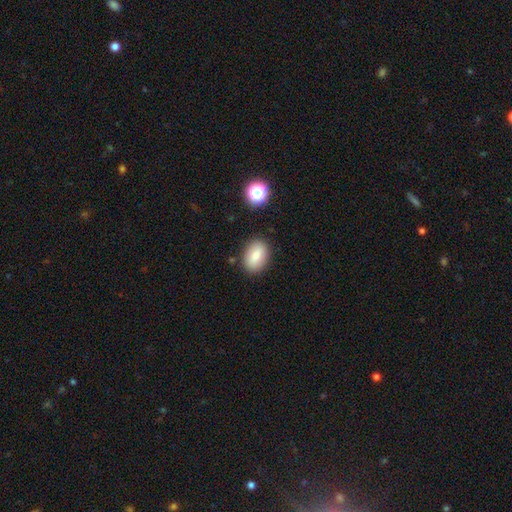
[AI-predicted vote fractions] This is clearly a smooth galaxy (81%). How rounded: likely in between (79%). Merging: clearly none (85%).